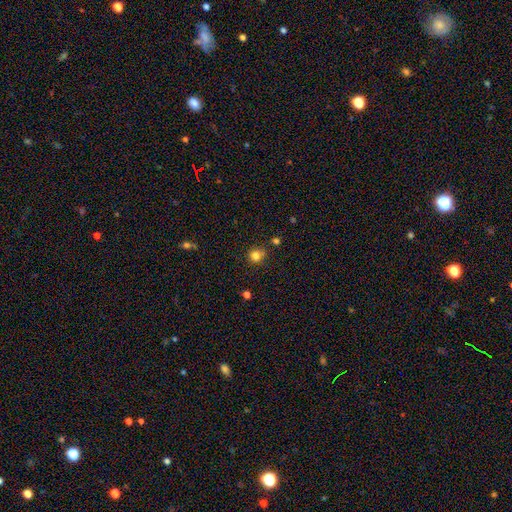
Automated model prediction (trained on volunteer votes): Morphology: type=smooth (80%); roundness=round (91%); merging=none (72%).